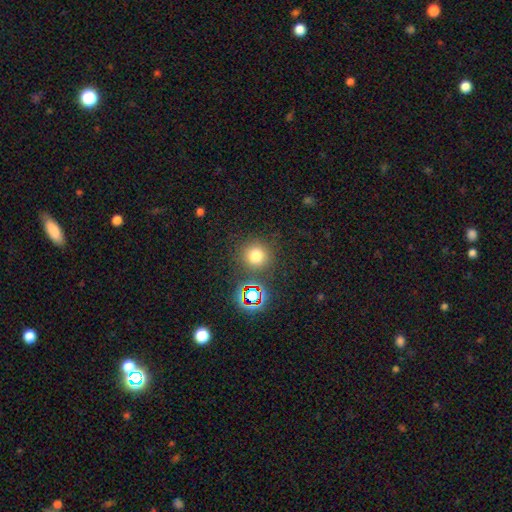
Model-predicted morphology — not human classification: The model was most divided on "smooth or featured": smooth: 71%, star or artifact: 22%, featured or disk: 7%. More confident: how rounded — round (93%); merging — none (84%).